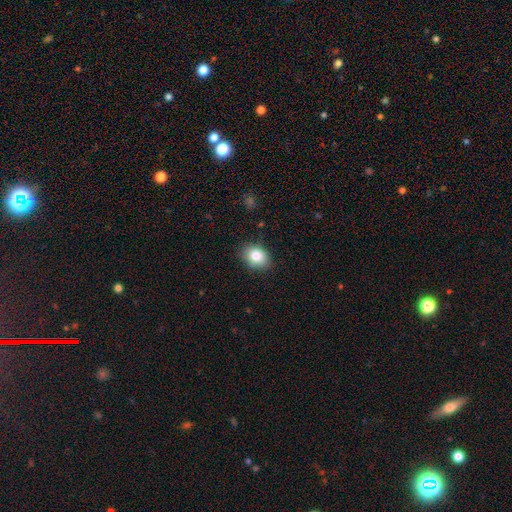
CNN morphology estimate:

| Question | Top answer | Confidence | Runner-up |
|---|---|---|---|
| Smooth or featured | smooth | 83% | star or artifact (9%) |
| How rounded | in between | 67% | round (32%) |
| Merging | none | 82% | minor disturbance (14%) |